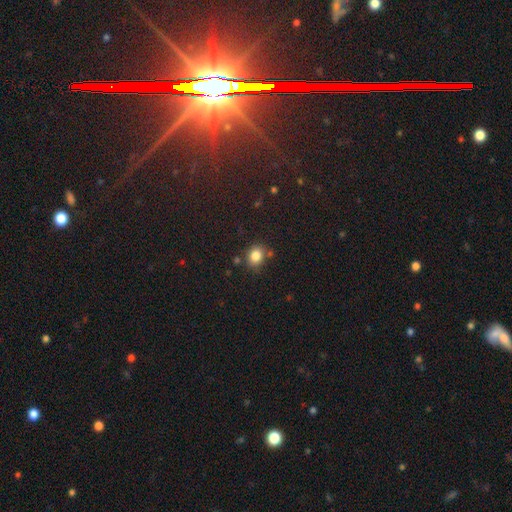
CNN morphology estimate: A smooth galaxy with no disk features (83%) that is round (60%).

Vote fractions:
- Smooth or featured? smooth: 83% / star or artifact: 11% / featured or disk: 6%
- How rounded? round: 60% / in between: 39% / cigar-shaped: 1%
- Merging? none: 75% / minor disturbance: 14% / merger: 8% / major disturbance: 4%